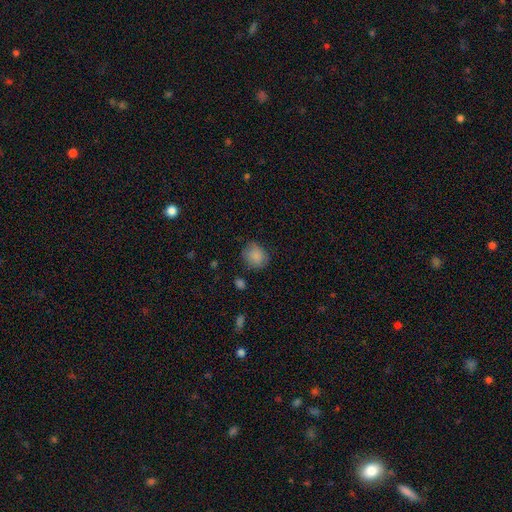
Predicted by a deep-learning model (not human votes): A smooth galaxy with no disk features (85%) that is round (70%).

Vote fractions:
- Smooth or featured? smooth: 85% / star or artifact: 9% / featured or disk: 6%
- How rounded? round: 70% / in between: 29% / cigar-shaped: 1%
- Merging? none: 73% / minor disturbance: 19% / major disturbance: 5% / merger: 2%